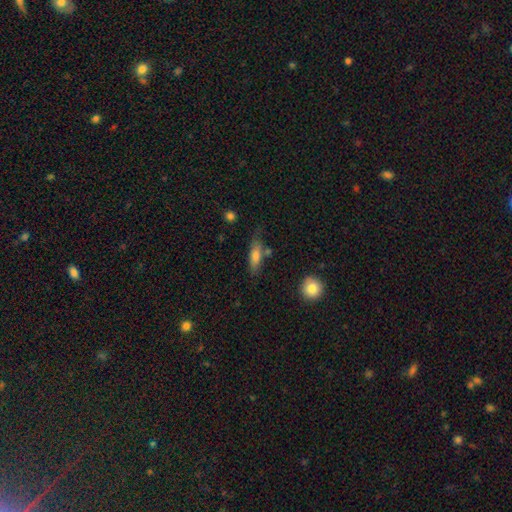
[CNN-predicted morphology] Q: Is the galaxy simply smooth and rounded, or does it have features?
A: smooth — 73%.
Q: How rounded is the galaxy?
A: in between — 55%.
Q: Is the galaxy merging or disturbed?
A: none — 62%.